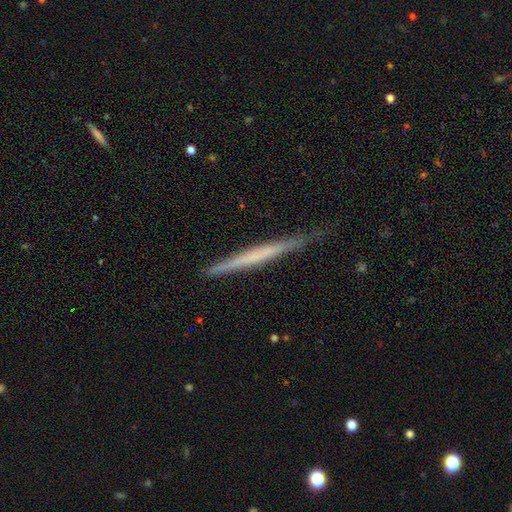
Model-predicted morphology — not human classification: The model was most divided on "smooth or featured": featured or disk: 54%, smooth: 40%, star or artifact: 6%. More confident: edge-on disk — yes (97%); edge-on bulge — none (85%); merging — none (79%).